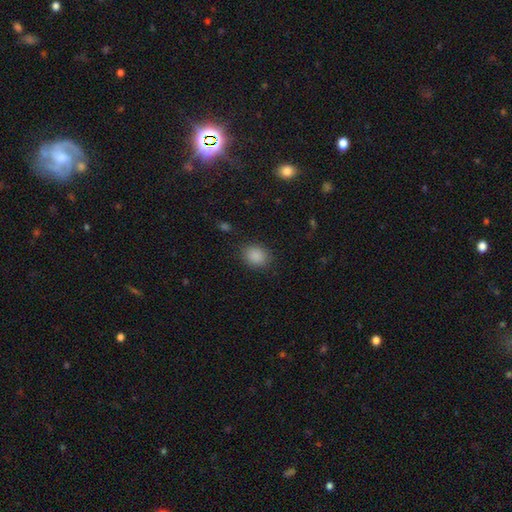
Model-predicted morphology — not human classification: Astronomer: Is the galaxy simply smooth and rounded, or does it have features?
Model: smooth — 88%.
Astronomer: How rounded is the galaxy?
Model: round — 50% (runner-up: in between, 49%).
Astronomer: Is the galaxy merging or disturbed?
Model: none — 85%.